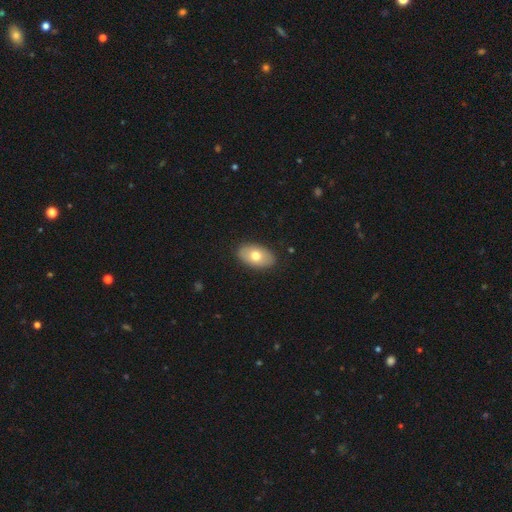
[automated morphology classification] A smooth galaxy with no disk features (71%) that is in between round and cigar-shaped (92%). Merging: none (88%).